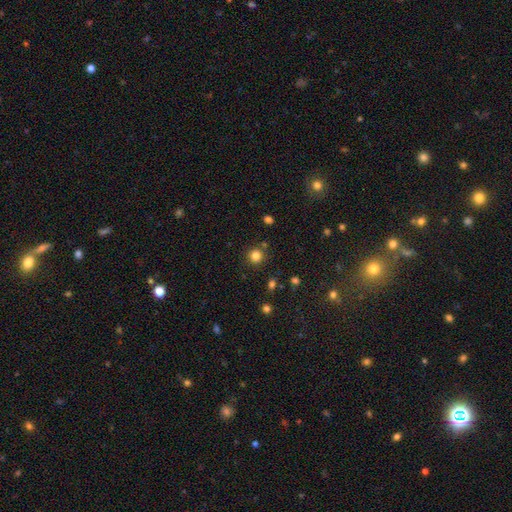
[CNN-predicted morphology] smooth_or_featured: smooth (p=0.82) [alt: star or artifact p=0.13]
how_rounded: round (p=0.91) [alt: in between p=0.08]
merging: none (p=0.83) [alt: minor disturbance p=0.08]